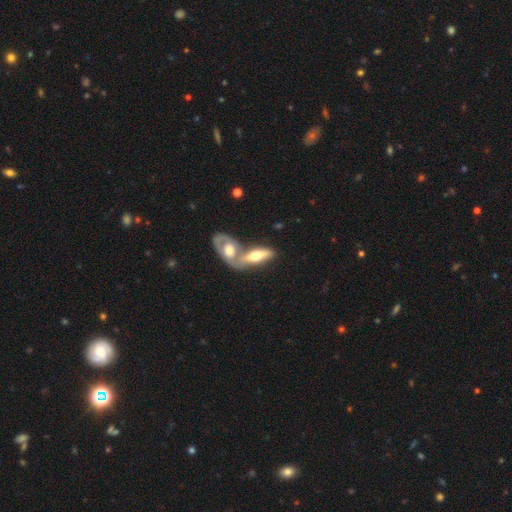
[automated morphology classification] This appears to be a featured or disk galaxy (48%). Merging: merger (64%).